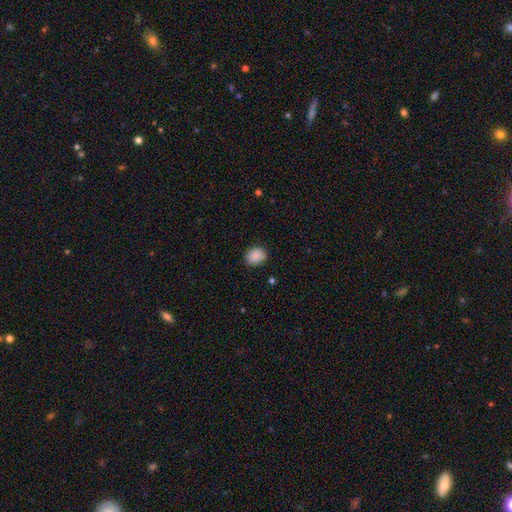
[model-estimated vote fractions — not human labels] The model was most divided on "how rounded": round: 61%, in between: 38%, cigar-shaped: 1%. More confident: smooth or featured — smooth (89%); merging — none (86%).